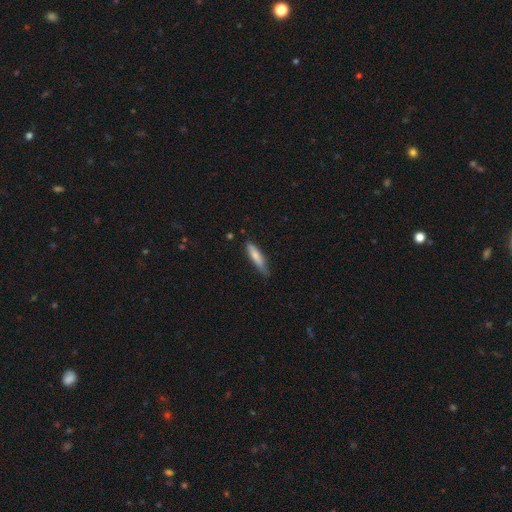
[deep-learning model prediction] Smooth or featured: smooth — 75% (featured or disk — 19%)
How rounded: cigar-shaped — 80% (in between — 19%)
Merging: none — 70% (minor disturbance — 25%)